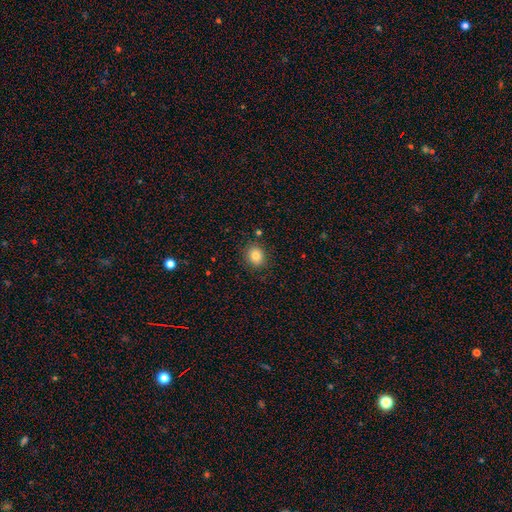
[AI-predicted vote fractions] Smooth or featured?
  - smooth: 83% *
  - star or artifact: 10%
  - featured or disk: 7%
How rounded?
  - round: 71% *
  - in between: 29%
  - cigar-shaped: 1%
Merging?
  - none: 87% *
  - minor disturbance: 9%
  - major disturbance: 3%
  - merger: 2%